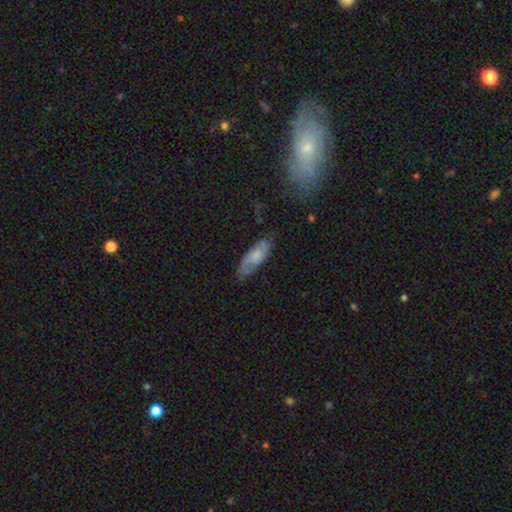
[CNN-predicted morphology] Smooth or featured? Predicted: smooth (p=0.57). How rounded? Predicted: in between (p=0.64). Merging? Predicted: none (p=0.63).